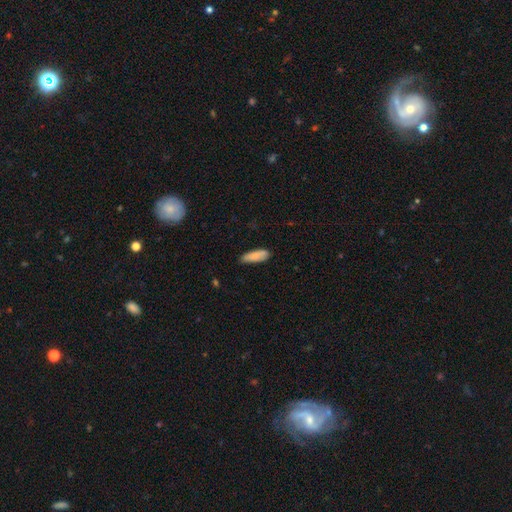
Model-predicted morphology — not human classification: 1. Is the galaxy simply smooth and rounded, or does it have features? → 86% smooth, 8% featured or disk, 6% star or artifact.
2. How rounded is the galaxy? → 56% in between, 43% cigar-shaped, 2% round.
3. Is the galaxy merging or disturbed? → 74% none, 22% minor disturbance, 3% major disturbance, 2% merger.